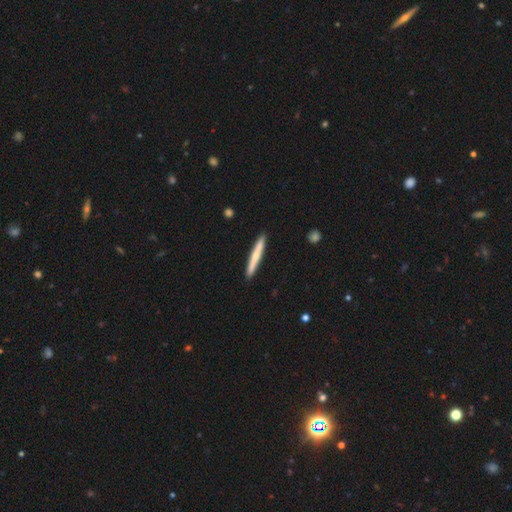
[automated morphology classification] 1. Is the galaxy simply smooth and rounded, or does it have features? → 56% smooth, 39% featured or disk, 5% star or artifact.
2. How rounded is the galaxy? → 96% cigar-shaped, 3% in between, 1% round.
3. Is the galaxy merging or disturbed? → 91% none, 6% minor disturbance, 1% merger, 1% major disturbance.